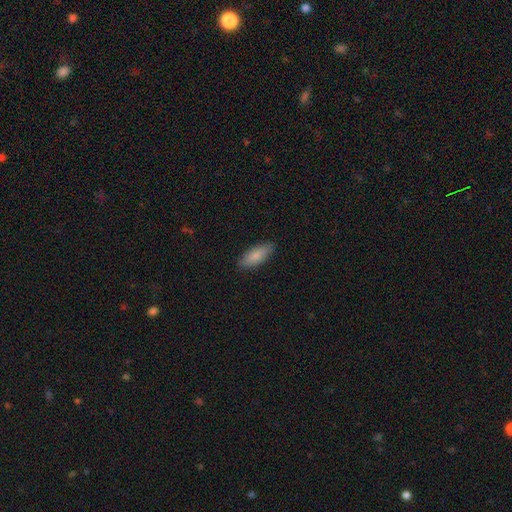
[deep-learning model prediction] Smooth or featured? smooth (83%)
How rounded? in between (68%)
Merging? none (87%)